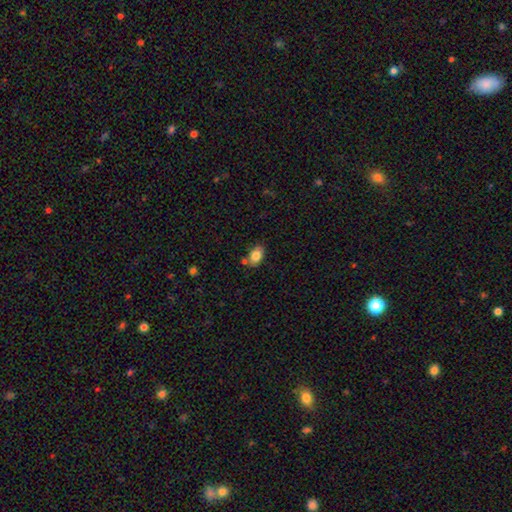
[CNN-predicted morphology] Smooth or featured?
  - smooth: 83% *
  - featured or disk: 9%
  - star or artifact: 8%
How rounded?
  - in between: 86% *
  - round: 12%
  - cigar-shaped: 1%
Merging?
  - none: 73% *
  - minor disturbance: 16%
  - merger: 8%
  - major disturbance: 3%